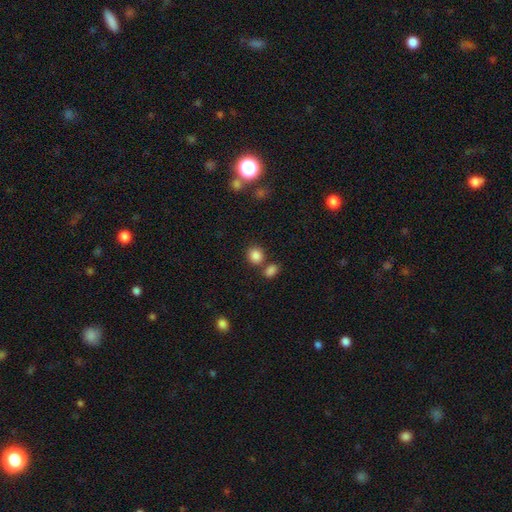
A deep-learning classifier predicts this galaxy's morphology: type=smooth (85%); roundness=round (77%); merging=none (66%).